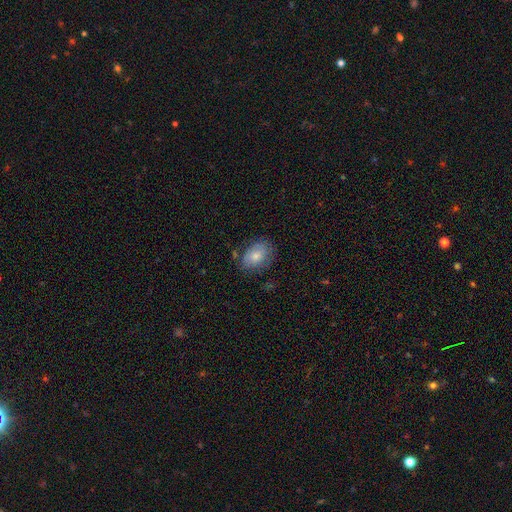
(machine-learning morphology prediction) smooth_or_featured: smooth (p=0.76) [alt: featured or disk p=0.17]
how_rounded: in between (p=0.81) [alt: round p=0.18]
merging: none (p=0.68) [alt: minor disturbance p=0.22]